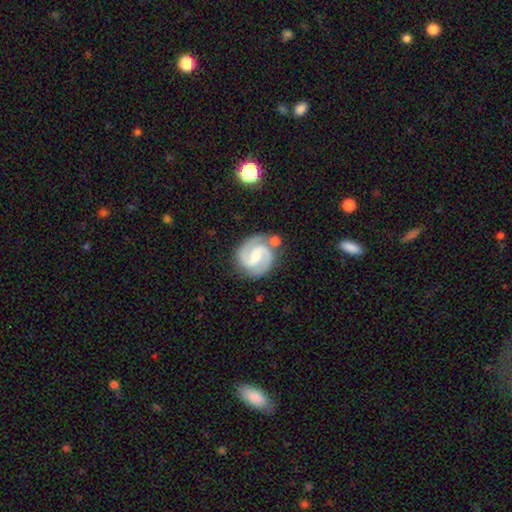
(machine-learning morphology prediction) The model was most divided on "bulge size": small: 44%, moderate: 38%, none: 13%, large: 4%, dominant: 1%. Remaining: spiral arms — yes (98%); edge-on disk — no (98%); spiral arm count — 2 (93%); smooth or featured — featured or disk (90%); merging — none (75%); spiral winding — medium (52%); bar — weak (49%).